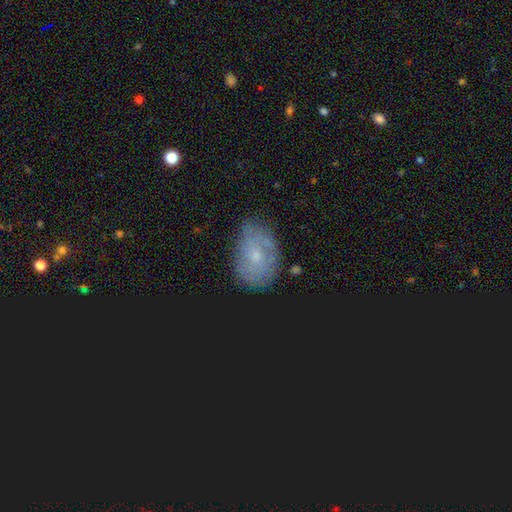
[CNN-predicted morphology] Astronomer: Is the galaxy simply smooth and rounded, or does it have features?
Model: featured or disk — 42% (runner-up: smooth, 34%).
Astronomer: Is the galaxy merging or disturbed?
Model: none — 69%.